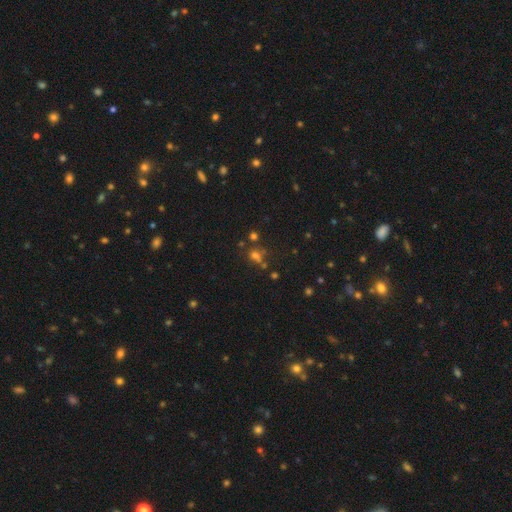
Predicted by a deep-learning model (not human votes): smooth 53%, star or artifact 35%, featured or disk 12%. Down the decision tree: how rounded — round (67%); merging — none (55%).